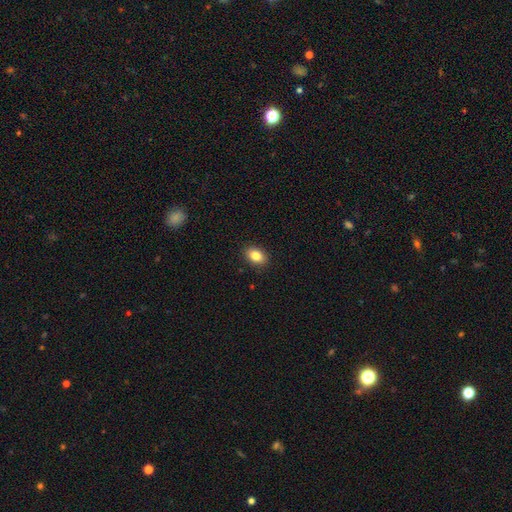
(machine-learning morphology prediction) This appears to be a smooth galaxy with no disk features (84%) that is in between round and cigar-shaped (79%). Merging: none (90%).